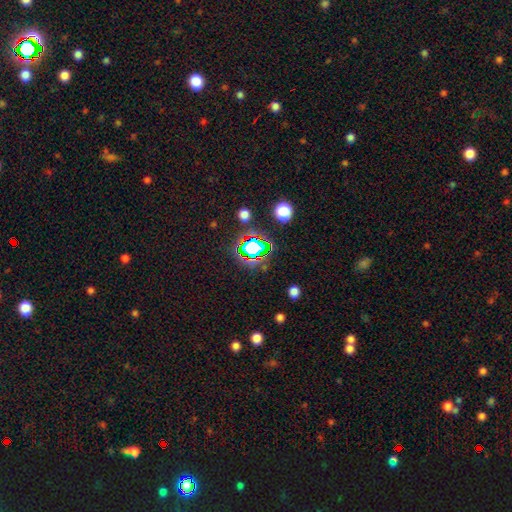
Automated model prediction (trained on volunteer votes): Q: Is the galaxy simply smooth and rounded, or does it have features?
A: star or artifact — 74%.